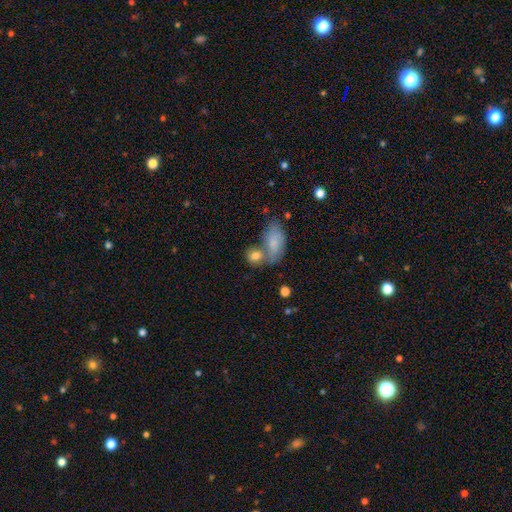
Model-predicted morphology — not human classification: type=smooth (80%); roundness=in between (58%); merging=none (41%).